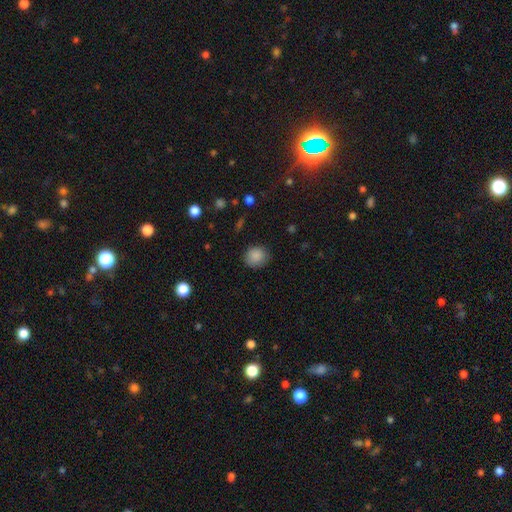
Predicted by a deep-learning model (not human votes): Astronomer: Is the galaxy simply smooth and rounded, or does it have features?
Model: smooth — 87%.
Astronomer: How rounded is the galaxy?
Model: round — 81%.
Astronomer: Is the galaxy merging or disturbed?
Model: none — 82%.